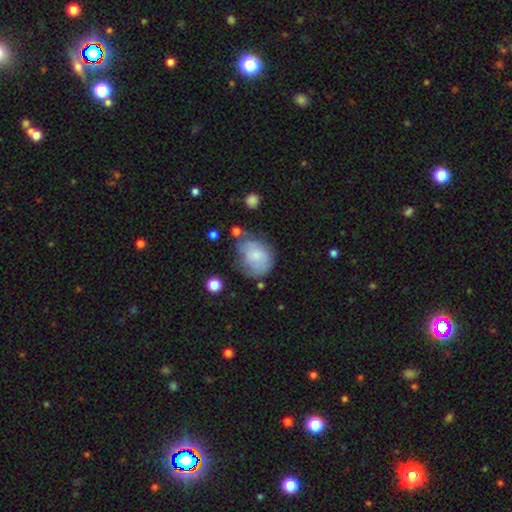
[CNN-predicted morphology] A smooth galaxy with no disk features (65%) that is round (51%).

Vote fractions:
- Smooth or featured? smooth: 65% / featured or disk: 28% / star or artifact: 8%
- How rounded? round: 51% / in between: 48% / cigar-shaped: 1%
- Merging? none: 38% / minor disturbance: 34% / major disturbance: 21% / merger: 7%